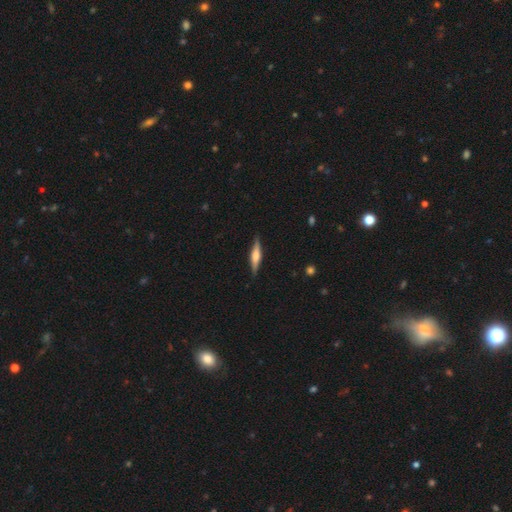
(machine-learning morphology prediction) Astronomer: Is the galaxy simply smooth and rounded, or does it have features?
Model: featured or disk — 61%.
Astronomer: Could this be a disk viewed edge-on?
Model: yes — 97%.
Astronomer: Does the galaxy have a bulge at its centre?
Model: rounded — 78%.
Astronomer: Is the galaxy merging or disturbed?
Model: none — 89%.